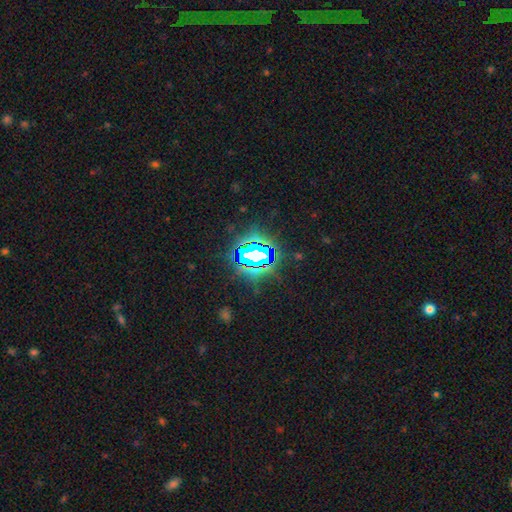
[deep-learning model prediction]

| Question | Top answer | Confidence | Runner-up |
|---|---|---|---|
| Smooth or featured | star or artifact | 79% | smooth (11%) |